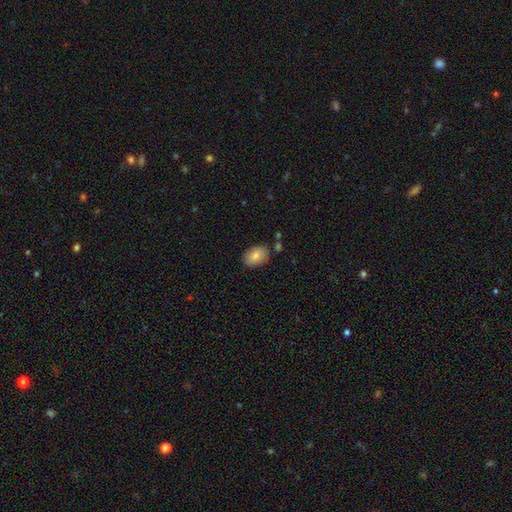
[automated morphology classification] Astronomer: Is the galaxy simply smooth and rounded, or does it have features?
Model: smooth — 83%.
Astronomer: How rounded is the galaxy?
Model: in between — 82%.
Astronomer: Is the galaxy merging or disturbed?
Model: none — 81%.